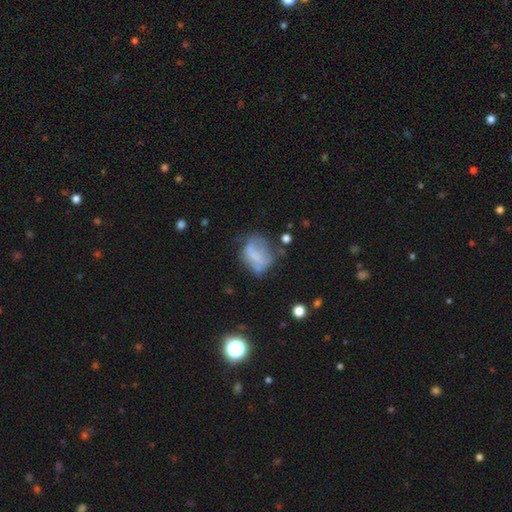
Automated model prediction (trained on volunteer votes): A smooth galaxy with no disk features (51%) that is in between round and cigar-shaped (63%).

Vote fractions:
- Smooth or featured? smooth: 51% / featured or disk: 37% / star or artifact: 12%
- How rounded? in between: 63% / round: 35% / cigar-shaped: 2%
- Merging? none: 38% / minor disturbance: 28% / major disturbance: 26% / merger: 8%